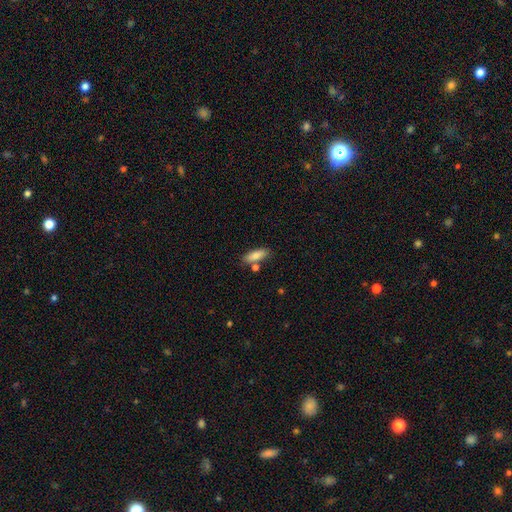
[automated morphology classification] smooth_or_featured: smooth (p=0.81) [alt: featured or disk p=0.12]
how_rounded: in between (p=0.61) [alt: cigar-shaped p=0.36]
merging: none (p=0.72) [alt: minor disturbance p=0.13]